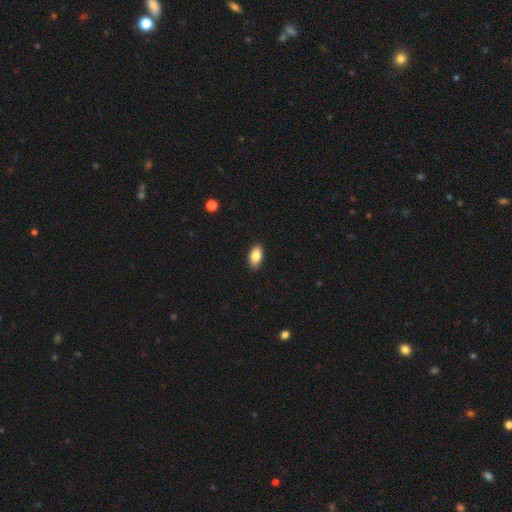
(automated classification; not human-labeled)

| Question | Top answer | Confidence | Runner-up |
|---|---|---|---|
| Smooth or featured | smooth | 84% | featured or disk (9%) |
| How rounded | in between | 92% | round (5%) |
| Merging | none | 89% | minor disturbance (8%) |